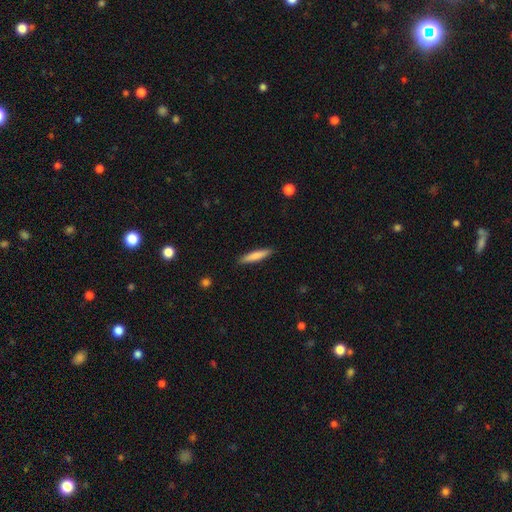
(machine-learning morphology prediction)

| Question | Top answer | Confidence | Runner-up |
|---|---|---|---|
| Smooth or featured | smooth | 77% | featured or disk (18%) |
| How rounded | cigar-shaped | 90% | in between (9%) |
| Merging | none | 90% | minor disturbance (7%) |